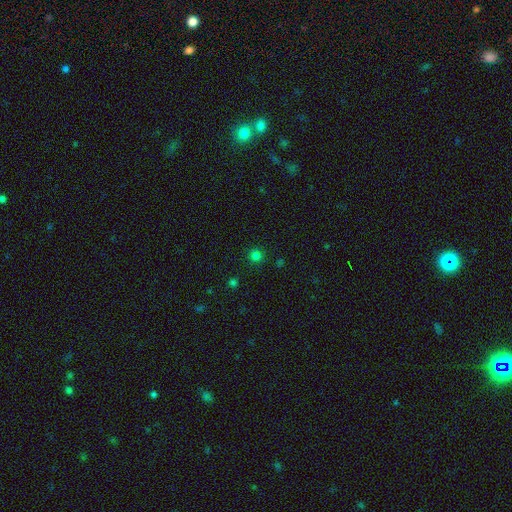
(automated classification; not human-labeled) Morphology: type=smooth (77%); roundness=round (95%); merging=none (91%).